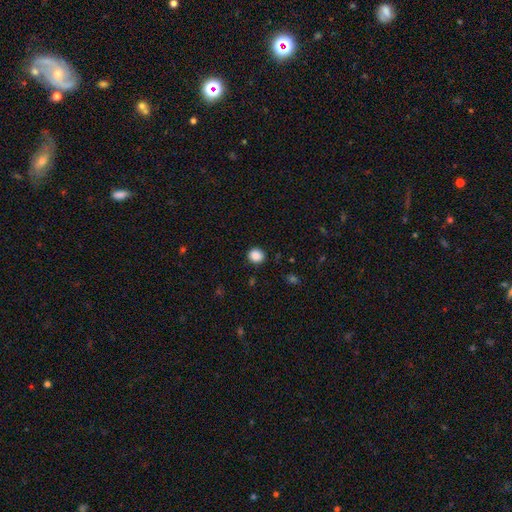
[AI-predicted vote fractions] A smooth galaxy with no disk features (88%) that is round (84%). Merging: none (91%).